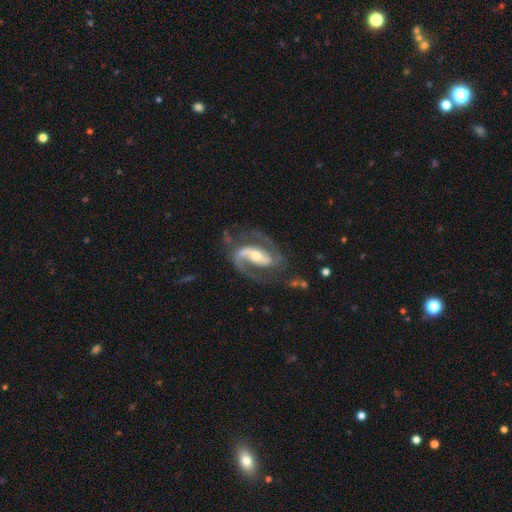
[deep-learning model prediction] This appears to be a featured or disk galaxy (91%) with a strong bar (46%), 2 (88%) medium (57%) spiral arms (97%) and a moderate central bulge (53%). Merging: none (69%).